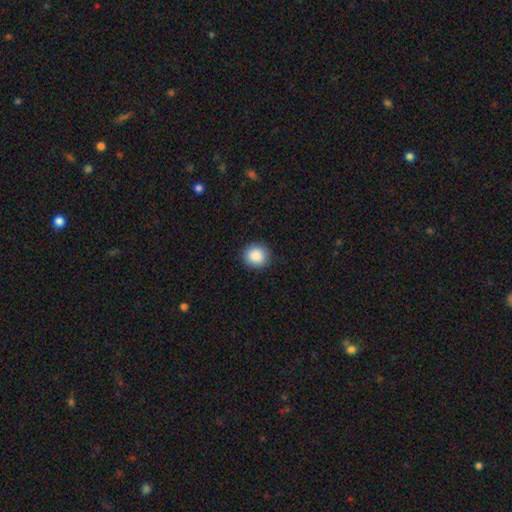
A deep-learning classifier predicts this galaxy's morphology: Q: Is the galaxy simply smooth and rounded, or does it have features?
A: smooth — 89%.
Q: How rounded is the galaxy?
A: round — 90%.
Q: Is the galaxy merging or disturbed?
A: none — 91%.